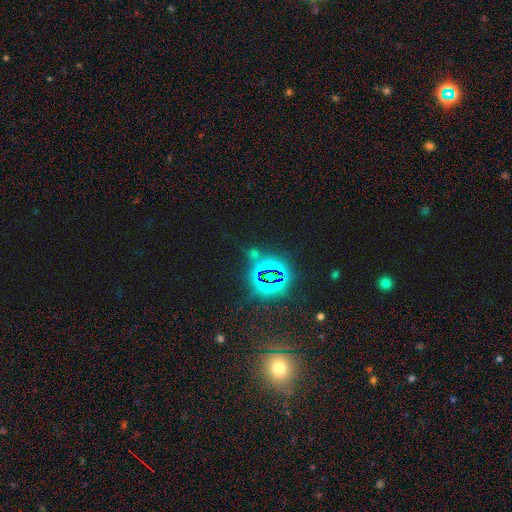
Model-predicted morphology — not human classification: Smooth or featured?
  - star or artifact: 78% *
  - smooth: 13%
  - featured or disk: 9%